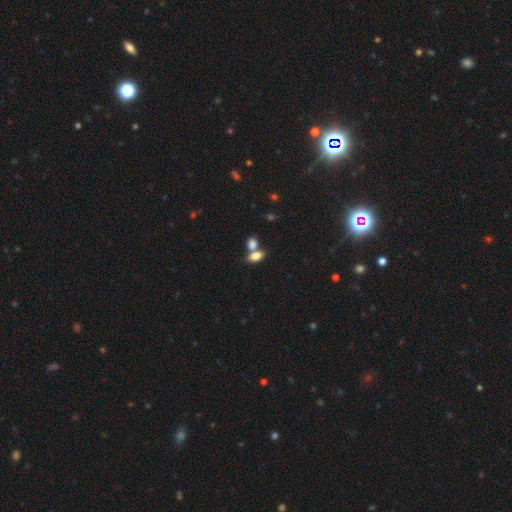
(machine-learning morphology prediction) Overall: smooth (80%). How rounded: in between (85%). Merging: merger (50%; none 38%).